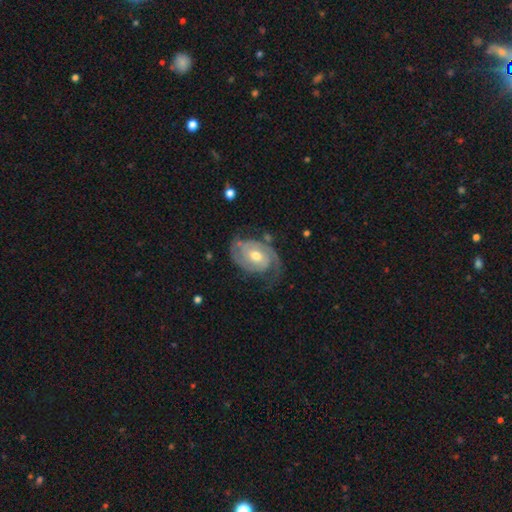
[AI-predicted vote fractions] smooth-or-featured: featured or disk: 89% | smooth: 7% | star or artifact: 4%
  disk-edge-on: no: 97% | yes: 3%
    bar: no: 57% | weak: 34% | strong: 9%
    has-spiral-arms: yes: 97% | no: 3%
      spiral-winding: tight: 57% | medium: 34% | loose: 10%
      spiral-arm-count: 2: 82% | can't tell: 7% | 3: 4% | 1: 4% | 4: 2% | more than 4: 1%
    bulge-size: moderate: 73% | small: 21% | large: 4% | none: 1% | dominant: 1%
  merging: none: 69% | minor disturbance: 19% | major disturbance: 10% | merger: 2%